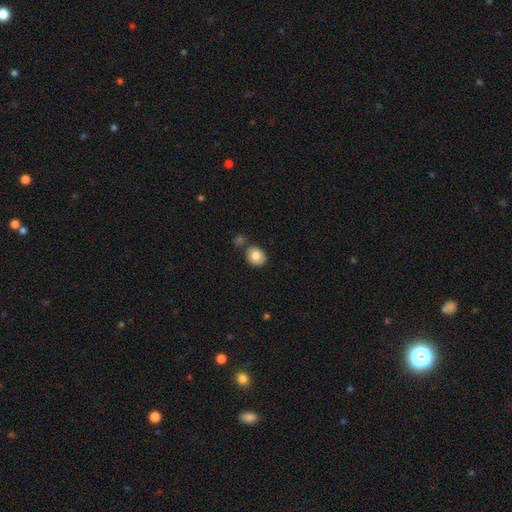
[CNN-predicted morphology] Smooth or featured? smooth (84%)
How rounded? round (65%)
Merging? none (69%)